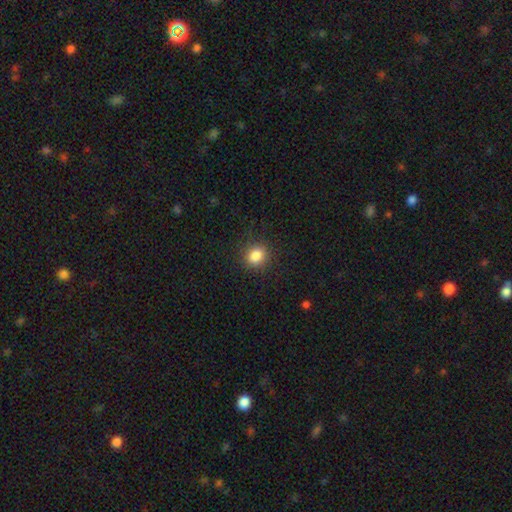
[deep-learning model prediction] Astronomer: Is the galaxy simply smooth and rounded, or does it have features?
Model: smooth — 85%.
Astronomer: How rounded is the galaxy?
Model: round — 77%.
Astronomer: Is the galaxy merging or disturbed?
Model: none — 87%.